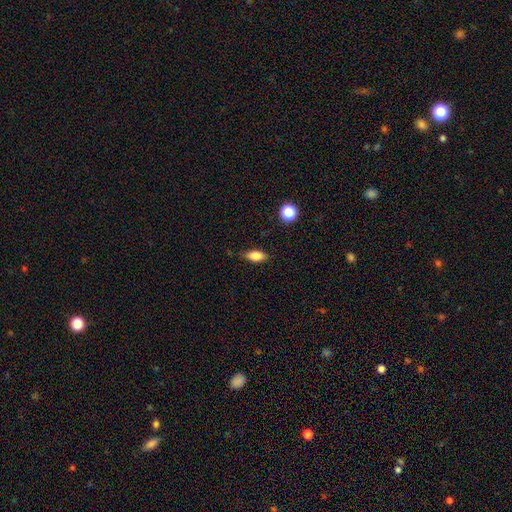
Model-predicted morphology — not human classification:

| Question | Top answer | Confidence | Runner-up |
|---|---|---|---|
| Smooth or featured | smooth | 83% | featured or disk (9%) |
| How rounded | in between | 83% | cigar-shaped (11%) |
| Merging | none | 78% | minor disturbance (17%) |